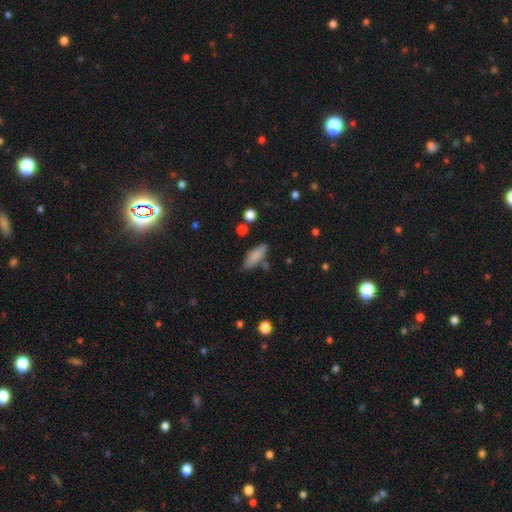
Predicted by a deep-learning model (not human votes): Morphology: type=smooth (80%); roundness=in between (66%); merging=none (73%).